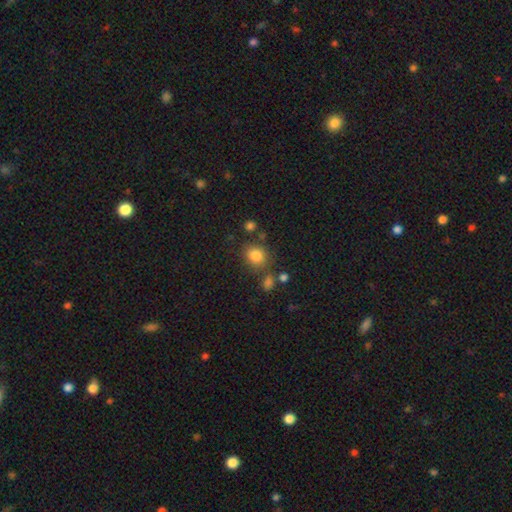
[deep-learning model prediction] Smooth or featured? Predicted: smooth (p=0.82). How rounded? Predicted: round (p=0.73). Merging? Predicted: none (p=0.74).